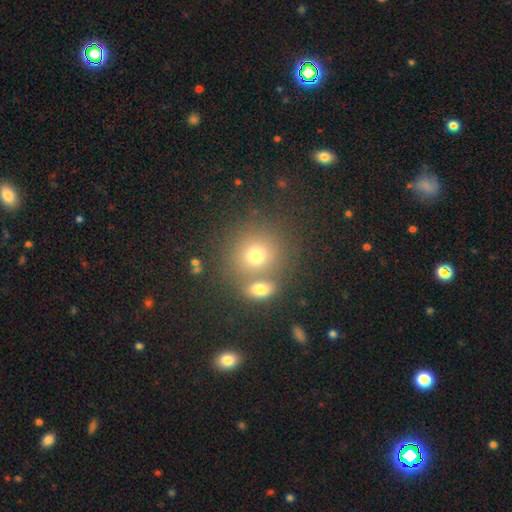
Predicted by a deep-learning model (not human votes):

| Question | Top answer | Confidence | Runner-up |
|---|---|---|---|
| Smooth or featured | smooth | 72% | star or artifact (16%) |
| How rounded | round | 84% | in between (15%) |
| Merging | none | 59% | merger (29%) |